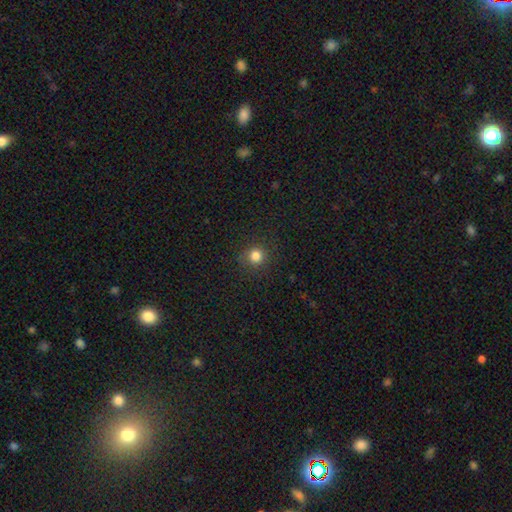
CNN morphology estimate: A smooth galaxy with no disk features (82%) that is round (92%). Merging: none (87%).